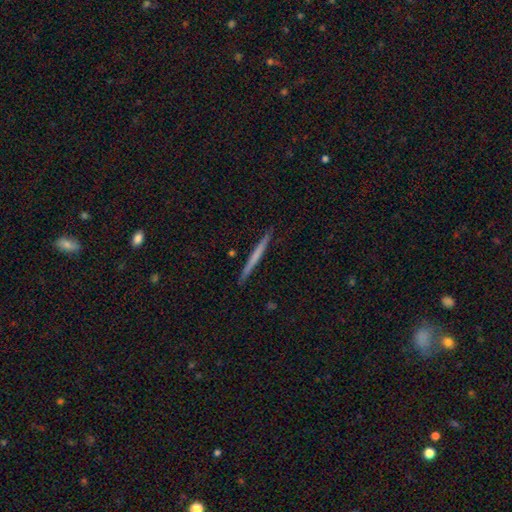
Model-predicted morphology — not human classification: A smooth galaxy with no disk features (51%) that is cigar-shaped (97%). Merging: none (92%).